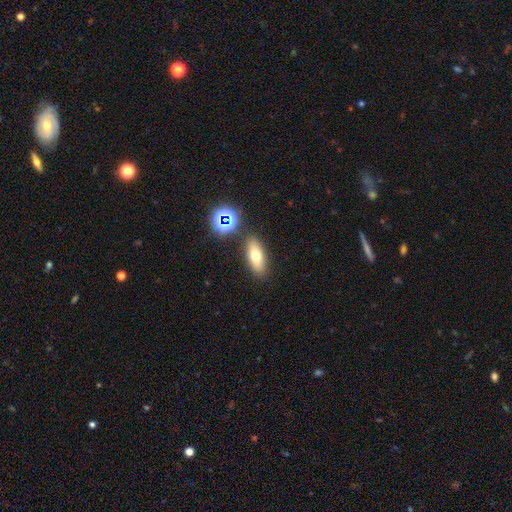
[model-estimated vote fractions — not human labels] A smooth galaxy with no disk features (69%) that is in between round and cigar-shaped (71%).

Vote fractions:
- Smooth or featured? smooth: 69% / featured or disk: 20% / star or artifact: 11%
- How rounded? in between: 71% / cigar-shaped: 24% / round: 6%
- Merging? none: 84% / minor disturbance: 9% / merger: 5% / major disturbance: 3%